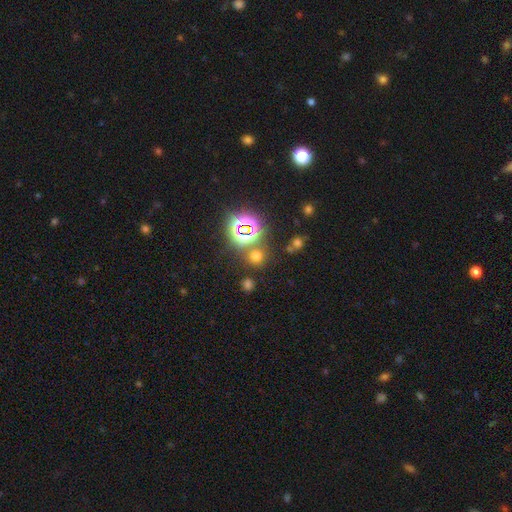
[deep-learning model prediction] A smooth galaxy with no disk features (56%) that is round (88%). Merging: none (79%).